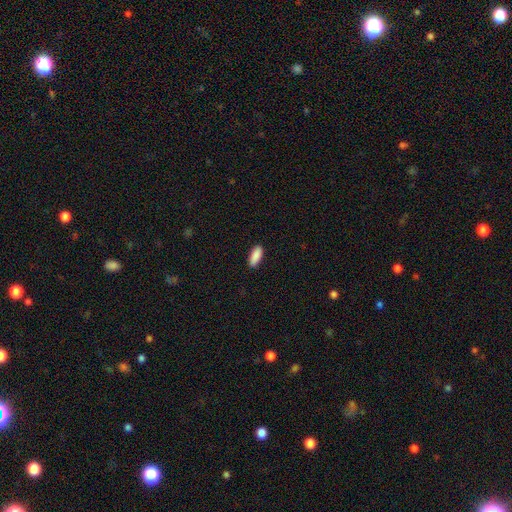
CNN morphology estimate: Smooth or featured?
  - smooth: 90% *
  - star or artifact: 6%
  - featured or disk: 4%
How rounded?
  - in between: 76% *
  - cigar-shaped: 22%
  - round: 2%
Merging?
  - none: 88% *
  - minor disturbance: 9%
  - major disturbance: 2%
  - merger: 1%